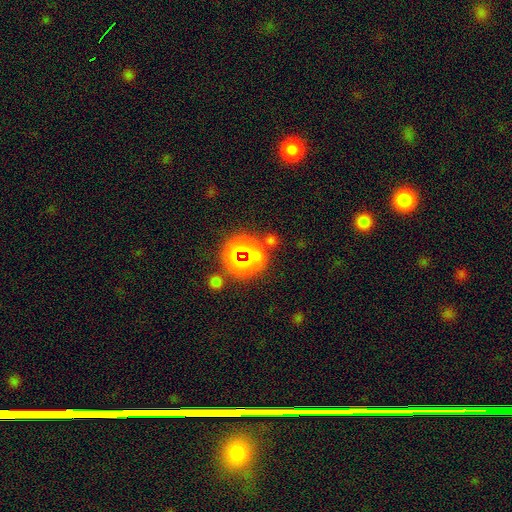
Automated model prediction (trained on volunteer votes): star or artifact 53%, smooth 38%, featured or disk 9%.